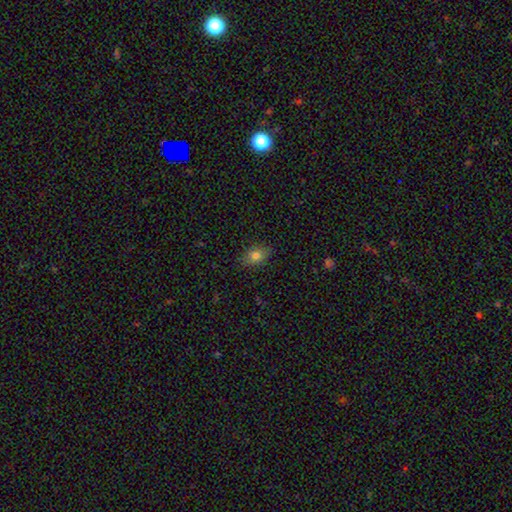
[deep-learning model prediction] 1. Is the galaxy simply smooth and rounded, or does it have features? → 78% smooth, 11% star or artifact, 11% featured or disk.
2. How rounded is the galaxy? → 77% in between, 21% round, 2% cigar-shaped.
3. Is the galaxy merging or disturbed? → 86% none, 11% minor disturbance, 2% major disturbance, 1% merger.